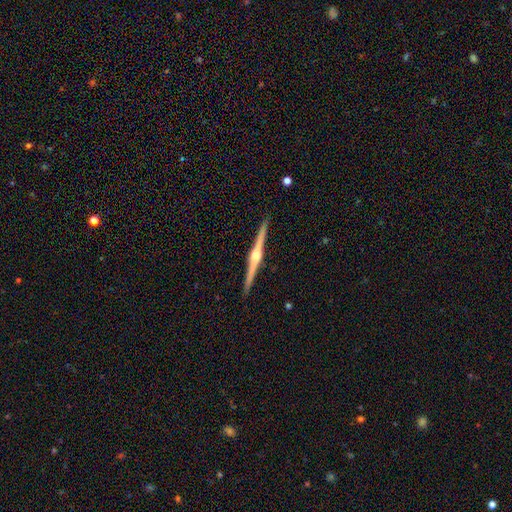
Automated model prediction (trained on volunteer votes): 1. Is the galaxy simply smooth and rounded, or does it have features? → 86% featured or disk, 9% smooth, 5% star or artifact.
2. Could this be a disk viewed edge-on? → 99% yes, 1% no.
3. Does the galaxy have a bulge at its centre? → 90% rounded, 6% boxy, 4% none.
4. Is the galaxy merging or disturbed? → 93% none, 5% minor disturbance, 1% major disturbance, 1% merger.